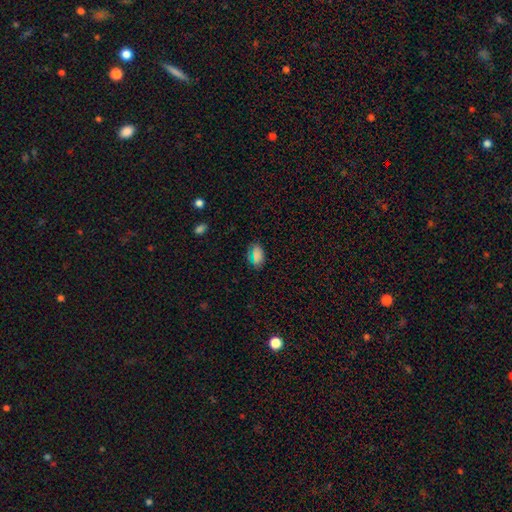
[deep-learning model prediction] Smooth or featured? smooth (72%)
How rounded? in between (90%)
Merging? none (80%)